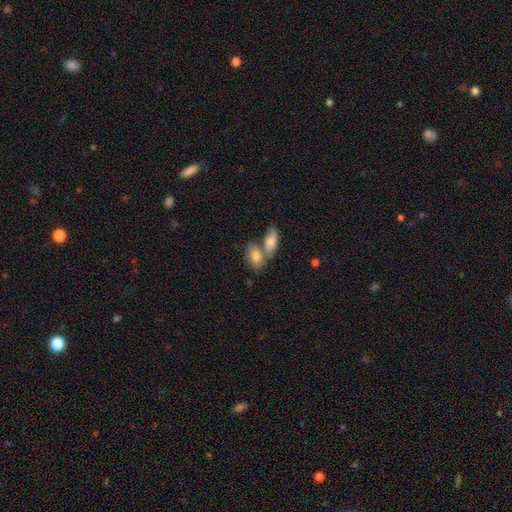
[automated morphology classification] smooth 79%, featured or disk 14%, star or artifact 6%. Down the decision tree: how rounded — in between (88%); merging — merger (55%).